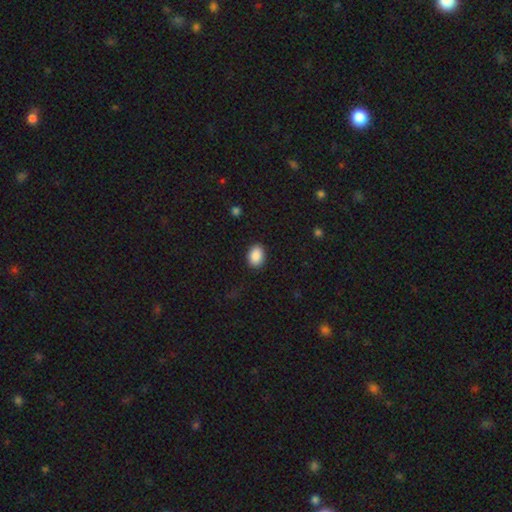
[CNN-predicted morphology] Smooth or featured: smooth — 90% (star or artifact — 7%)
How rounded: in between — 76% (round — 23%)
Merging: none — 89% (minor disturbance — 8%)